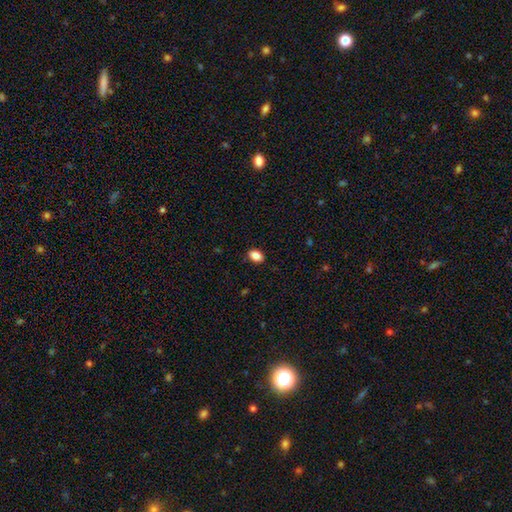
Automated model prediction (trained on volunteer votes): Q: Smooth or featured?
A: smooth (87%); runner-up: star or artifact (8%)
Q: How rounded?
A: in between (85%); runner-up: round (14%)
Q: Merging?
A: none (88%); runner-up: minor disturbance (9%)